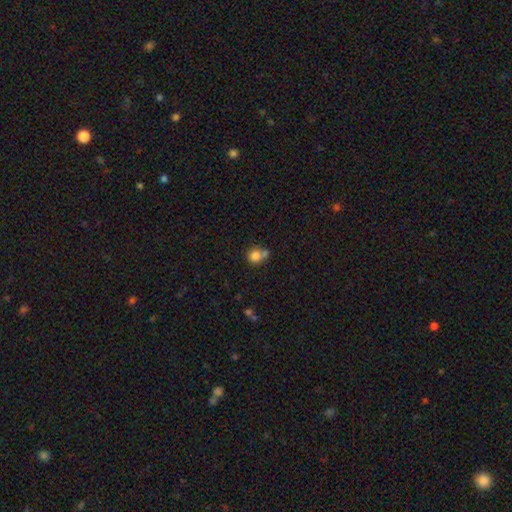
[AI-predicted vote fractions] Smooth or featured: smooth — 80% (star or artifact — 11%)
How rounded: round — 83% (in between — 16%)
Merging: none — 42% (merger — 41%)